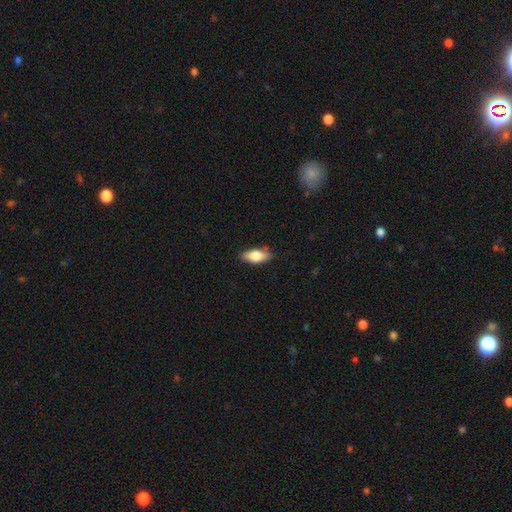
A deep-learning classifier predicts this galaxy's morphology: Smooth or featured? Predicted: smooth (p=0.74). How rounded? Predicted: in between (p=0.82). Merging? Predicted: none (p=0.82).